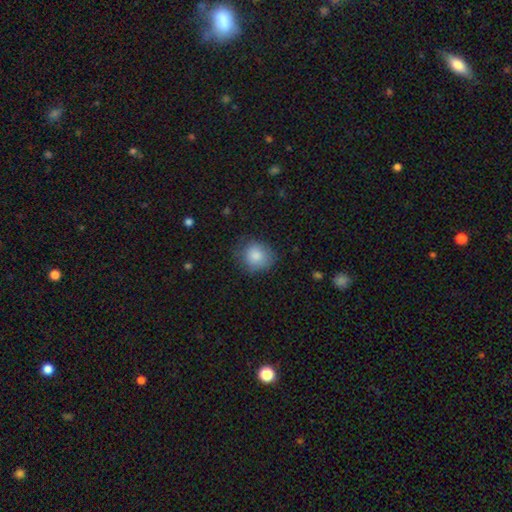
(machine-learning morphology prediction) This is clearly a smooth galaxy (85%). How rounded: likely round (77%). Merging: likely none (69%).